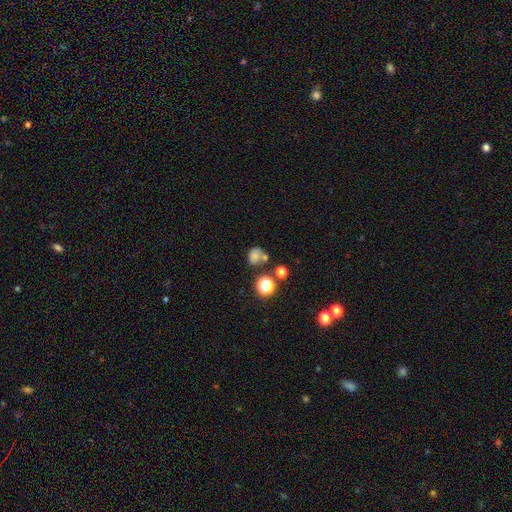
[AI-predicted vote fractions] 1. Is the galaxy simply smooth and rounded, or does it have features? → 71% smooth, 18% star or artifact, 11% featured or disk.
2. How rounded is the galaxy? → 64% round, 35% in between, 1% cigar-shaped.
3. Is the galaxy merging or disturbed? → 47% none, 25% merger, 18% minor disturbance, 10% major disturbance.